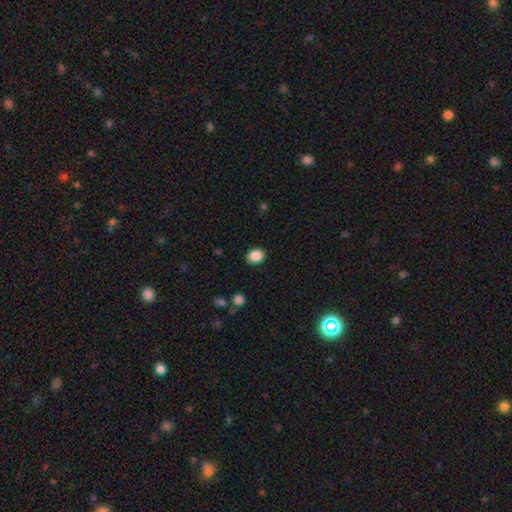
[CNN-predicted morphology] Smooth or featured? smooth (88%)
How rounded? round (50%)
Merging? none (89%)